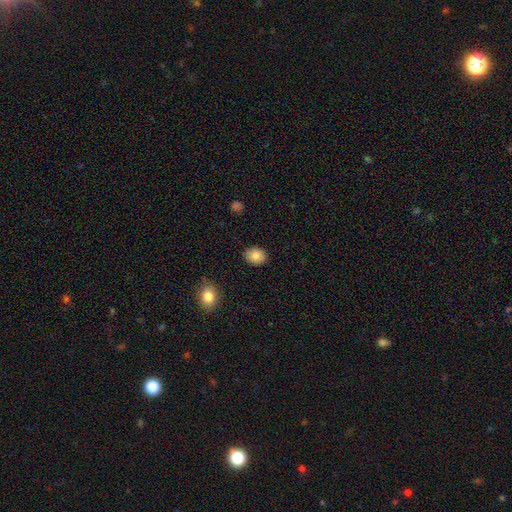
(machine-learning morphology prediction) Smooth or featured? smooth (86%)
How rounded? round (51%)
Merging? none (88%)